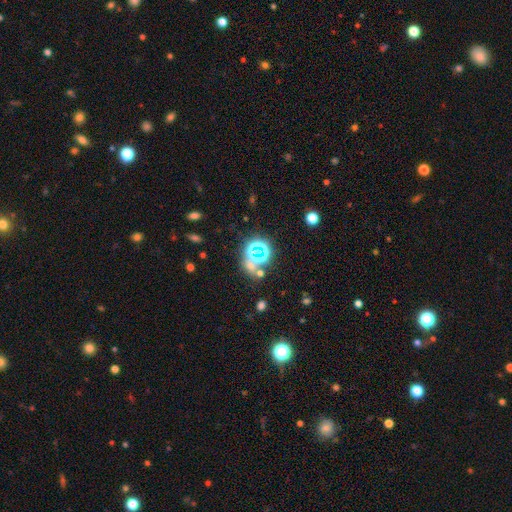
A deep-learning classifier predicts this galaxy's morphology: smooth-or-featured: star or artifact: 61% | smooth: 27% | featured or disk: 12%